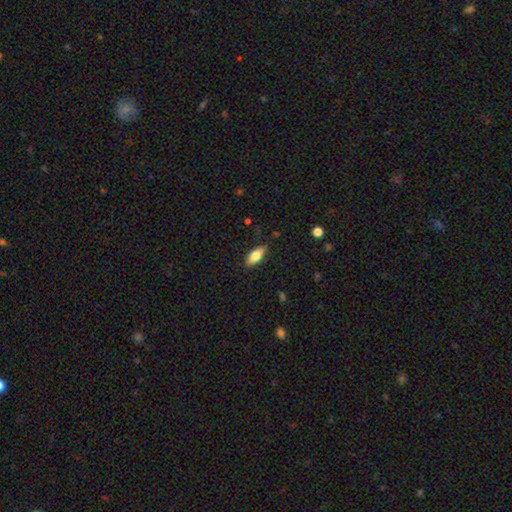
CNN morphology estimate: Overall: smooth (71%). How rounded: in between (75%). Merging: none (86%).